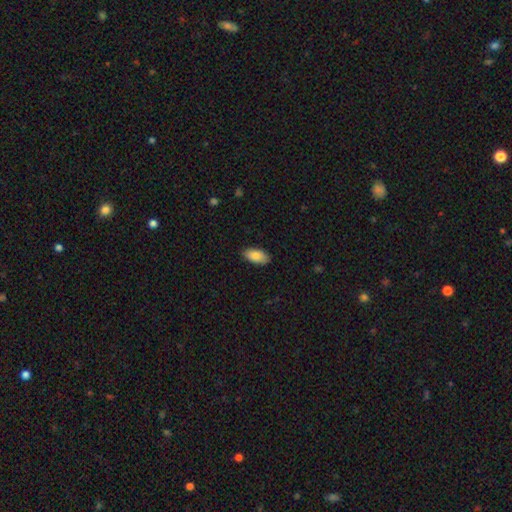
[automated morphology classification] smooth-or-featured: smooth: 85% | featured or disk: 9% | star or artifact: 6%
  how-rounded: in between: 93% | cigar-shaped: 5% | round: 2%
  merging: none: 87% | minor disturbance: 10% | major disturbance: 2% | merger: 1%